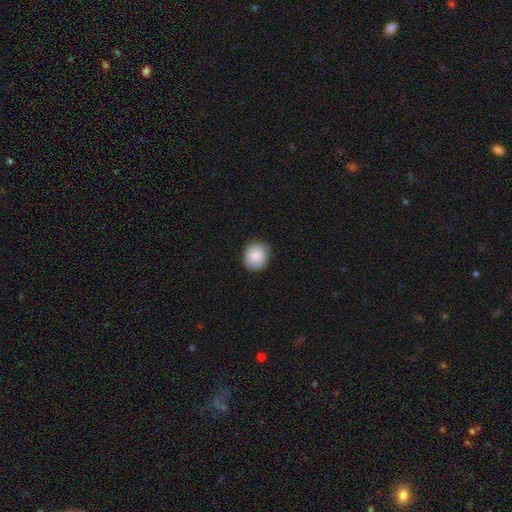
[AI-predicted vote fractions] Overall: smooth (86%). How rounded: round (68%; in between 31%). Merging: none (81%).